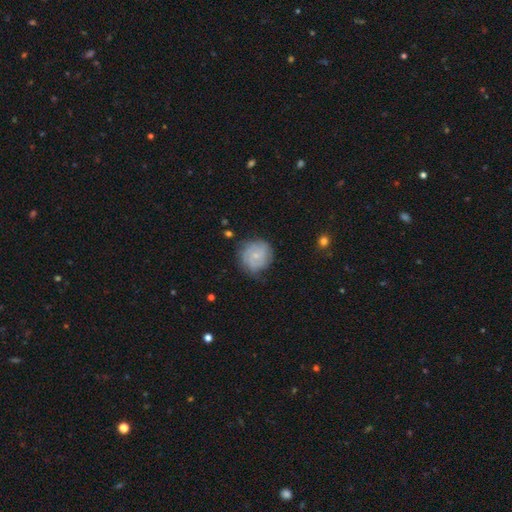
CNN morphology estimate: Smooth or featured? featured or disk (56%)
Edge-on disk? no (98%)
Bar? no (71%)
Spiral arms? yes (86%)
Bulge size? small (71%)
Merging? none (68%)